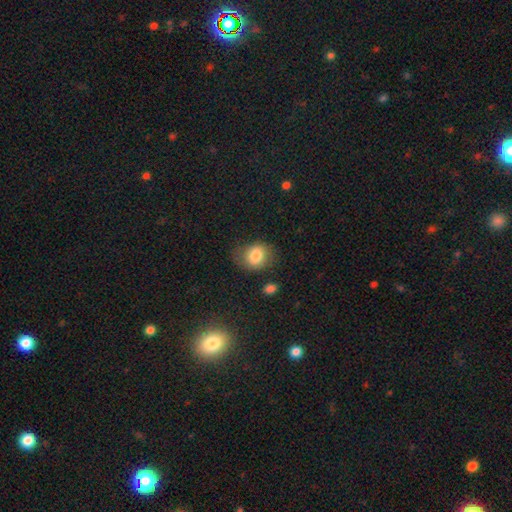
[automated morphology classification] Q: Smooth or featured?
A: smooth (80%); runner-up: featured or disk (11%)
Q: How rounded?
A: round (54%); runner-up: in between (45%)
Q: Merging?
A: none (67%); runner-up: minor disturbance (22%)